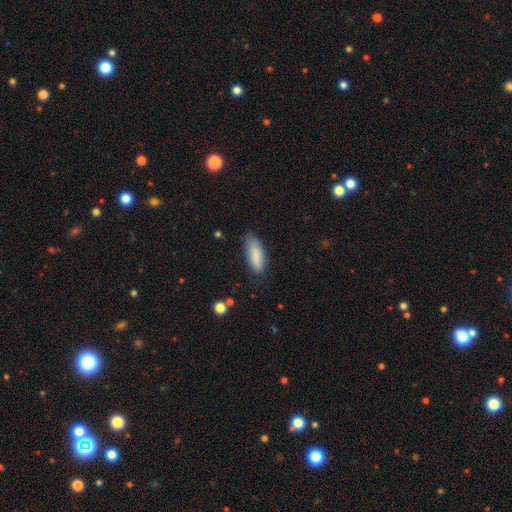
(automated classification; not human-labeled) smooth_or_featured: smooth (p=0.86) [alt: featured or disk p=0.07]
how_rounded: in between (p=0.65) [alt: cigar-shaped p=0.33]
merging: none (p=0.77) [alt: minor disturbance p=0.18]